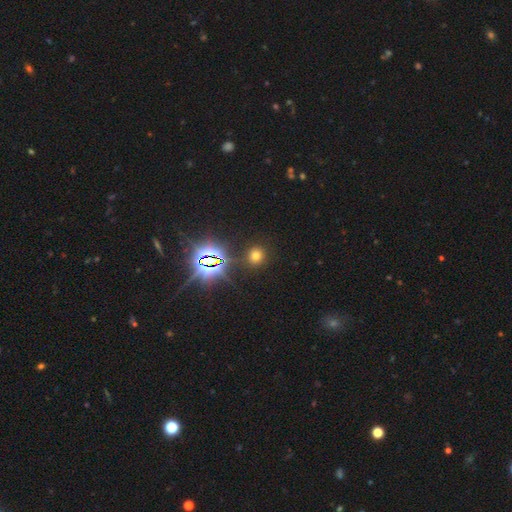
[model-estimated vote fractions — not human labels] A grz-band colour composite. It shows a smooth galaxy with no disk features (62%) that is round (87%). Merging: none (87%).